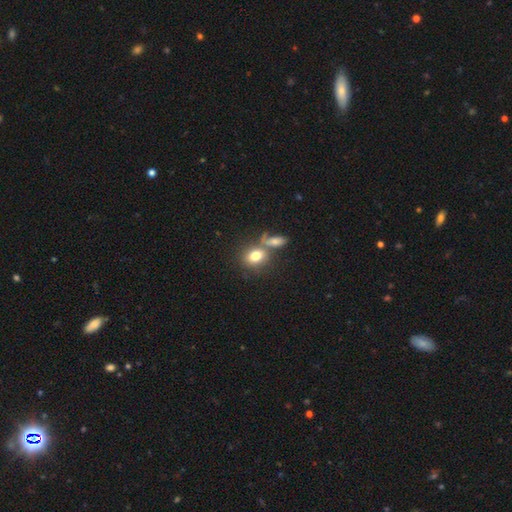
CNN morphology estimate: Smooth or featured? smooth (77%)
How rounded? in between (57%)
Merging? none (48%)